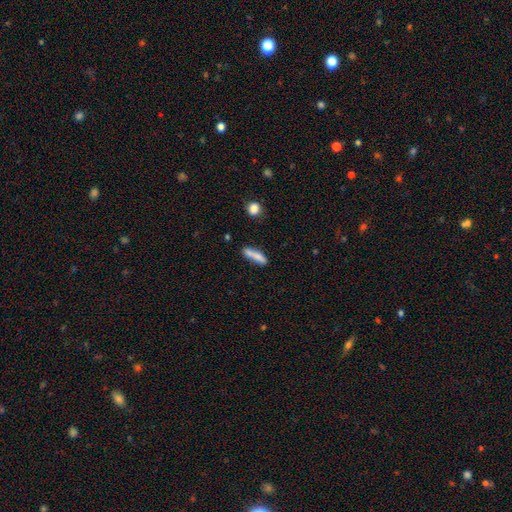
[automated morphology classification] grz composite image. It shows a smooth galaxy with no disk features (74%) that is cigar-shaped (72%). Merging: none (56%).